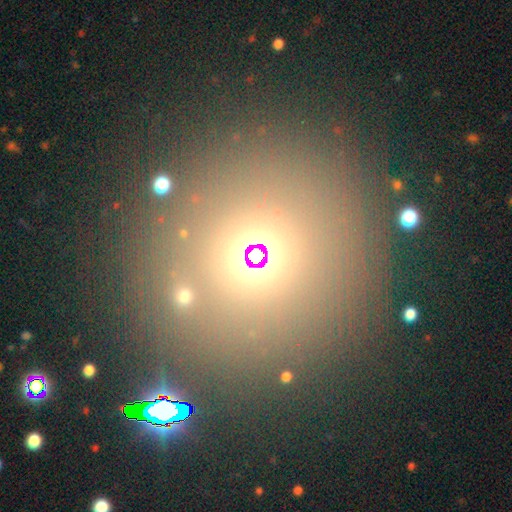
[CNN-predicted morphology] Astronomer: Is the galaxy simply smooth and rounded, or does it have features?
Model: smooth — 48% (runner-up: star or artifact, 41%).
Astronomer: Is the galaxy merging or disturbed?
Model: none — 78%.